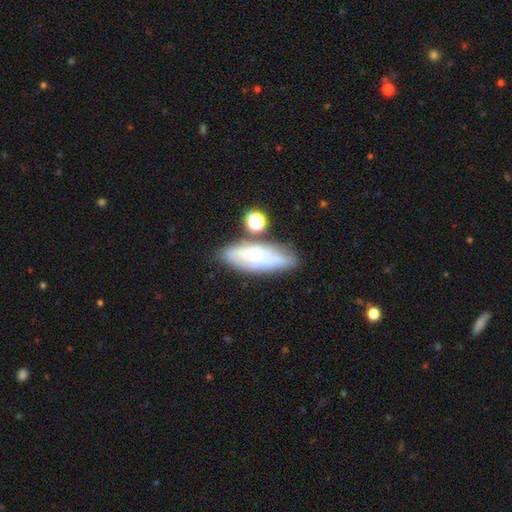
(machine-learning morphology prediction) smooth 47%, featured or disk 43%, star or artifact 10%. Down the decision tree: merging — none (59%).